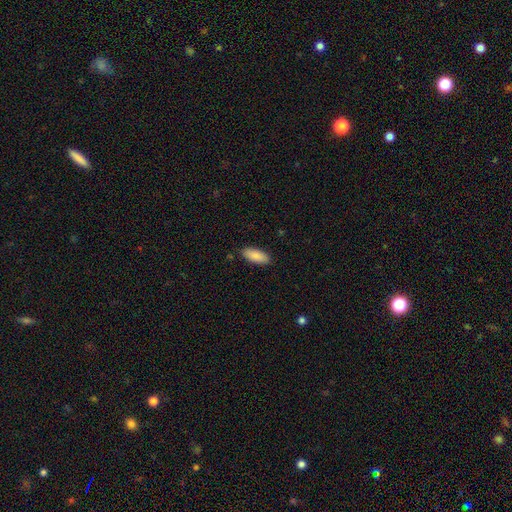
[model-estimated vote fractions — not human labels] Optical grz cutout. It shows a smooth galaxy with no disk features (88%) that is in between round and cigar-shaped (80%). Merging: none (87%).